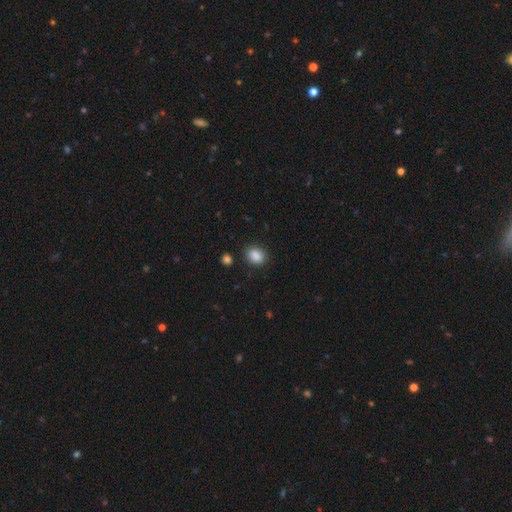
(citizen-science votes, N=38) This appears to be a smooth galaxy with no disk features (95%) that is round (53%). Merging: none (86%).